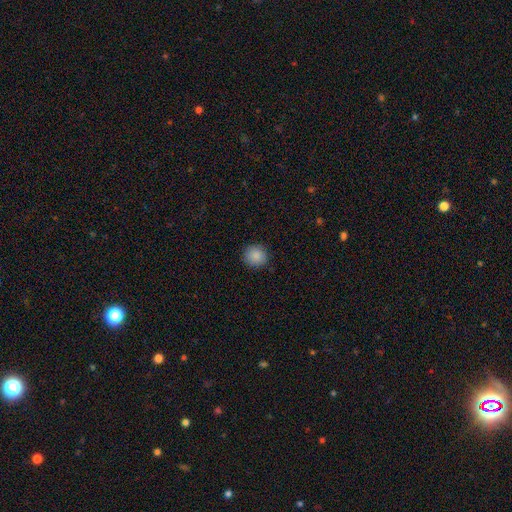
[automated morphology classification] Overall: smooth (87%). How rounded: round (91%). Merging: none (90%).